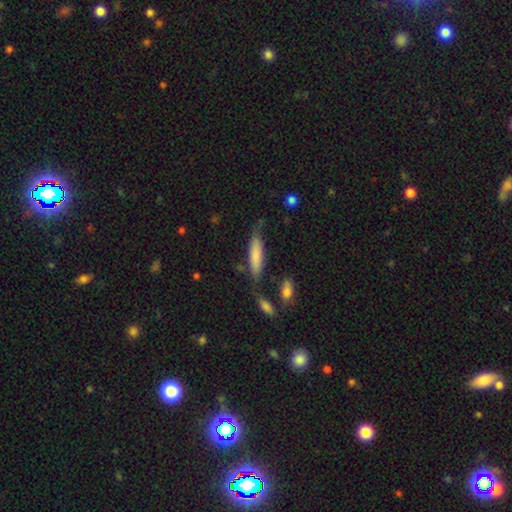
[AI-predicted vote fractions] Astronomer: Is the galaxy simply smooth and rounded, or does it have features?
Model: smooth — 76%.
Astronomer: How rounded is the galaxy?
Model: cigar-shaped — 75%.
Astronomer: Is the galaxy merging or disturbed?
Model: none — 63%.